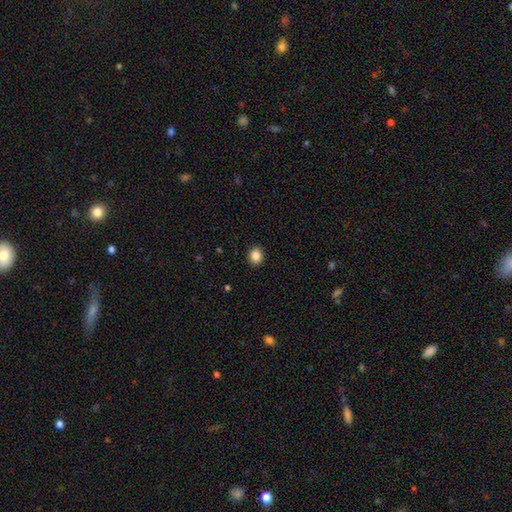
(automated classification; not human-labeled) Morphology: type=smooth (86%); roundness=round (65%); merging=none (92%).